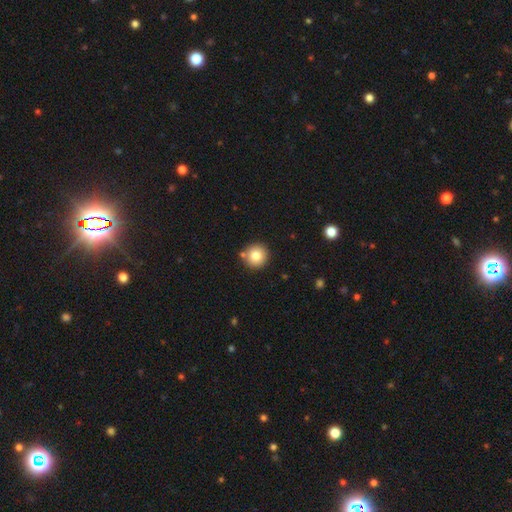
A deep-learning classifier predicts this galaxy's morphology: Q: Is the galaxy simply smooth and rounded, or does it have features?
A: smooth — 80%.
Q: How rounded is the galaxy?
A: round — 94%.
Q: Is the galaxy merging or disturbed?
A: none — 82%.